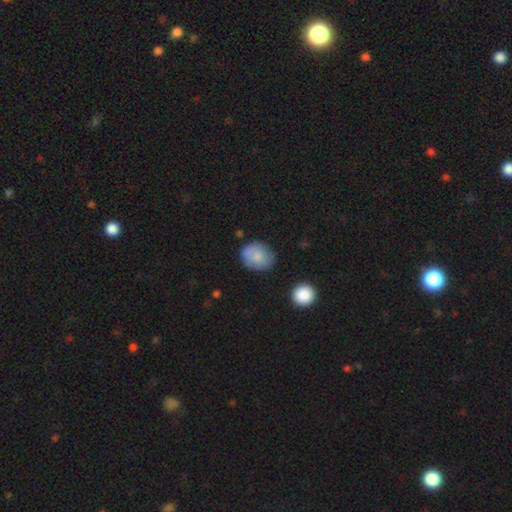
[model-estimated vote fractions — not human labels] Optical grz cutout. It shows a smooth galaxy with no disk features (74%) that is round (62%). Merging: none (67%).